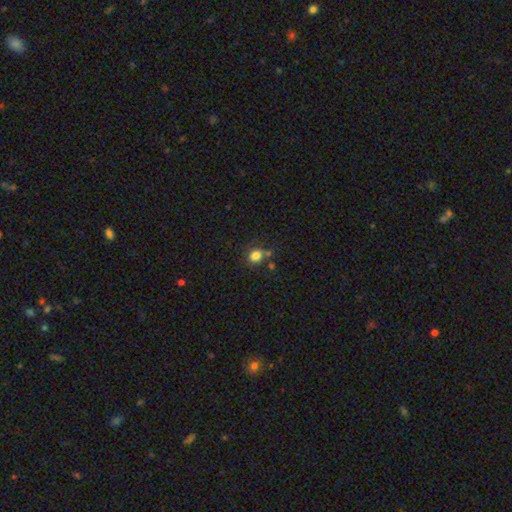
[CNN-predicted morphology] type=smooth (82%); roundness=round (69%); merging=none (70%).